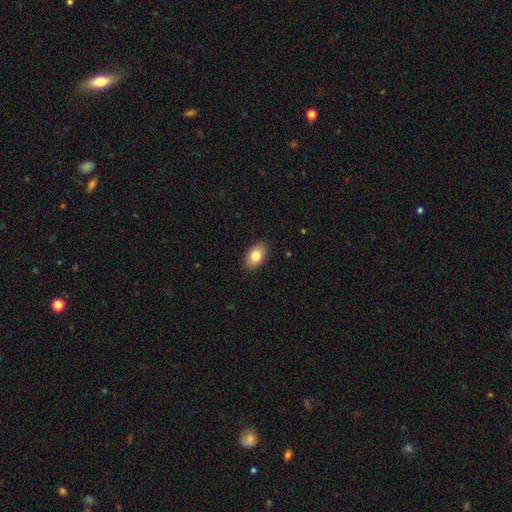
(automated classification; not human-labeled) smooth-or-featured: smooth: 82% | featured or disk: 10% | star or artifact: 7%
  how-rounded: in between: 90% | round: 9% | cigar-shaped: 1%
  merging: none: 89% | minor disturbance: 8% | major disturbance: 2% | merger: 1%